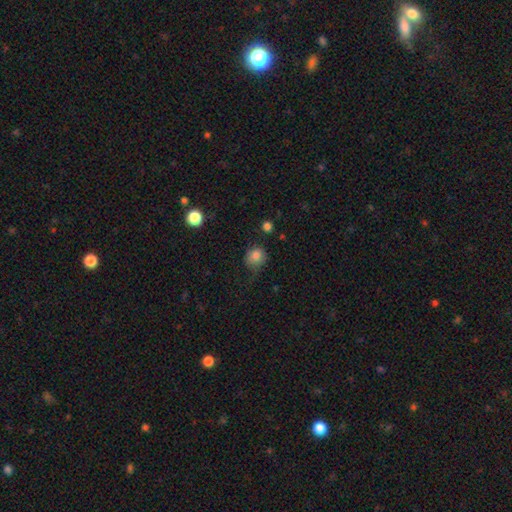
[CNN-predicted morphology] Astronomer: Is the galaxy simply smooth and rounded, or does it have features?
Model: smooth — 83%.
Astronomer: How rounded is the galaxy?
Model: round — 80%.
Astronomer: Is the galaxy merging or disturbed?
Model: none — 59%.